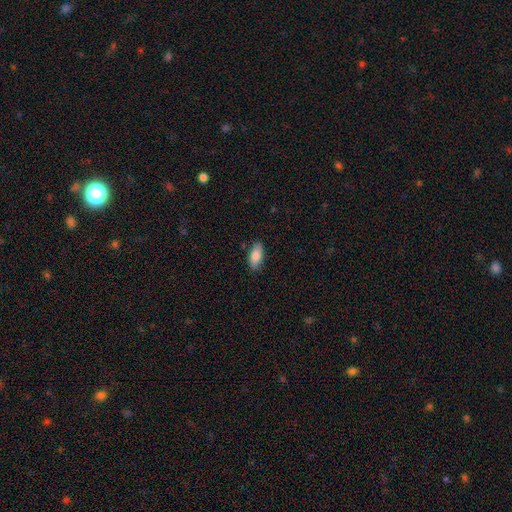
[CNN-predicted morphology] The model was most divided on "merging": none: 85%, minor disturbance: 11%, major disturbance: 2%, merger: 1%. More confident: how rounded — in between (89%); smooth or featured — smooth (88%).